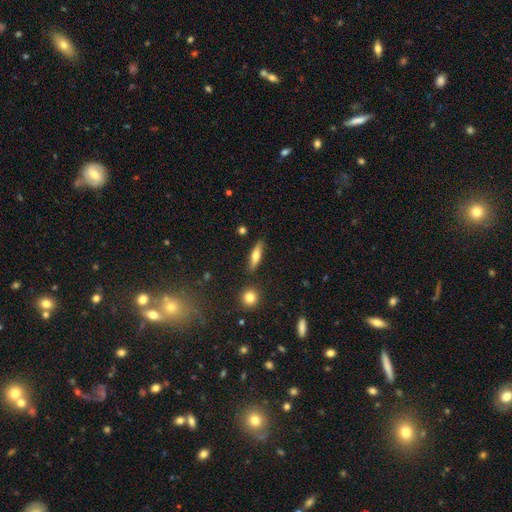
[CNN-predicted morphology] The model was most divided on "how rounded": cigar-shaped: 61%, in between: 36%, round: 3%. More confident: merging — none (84%); smooth or featured — smooth (65%).